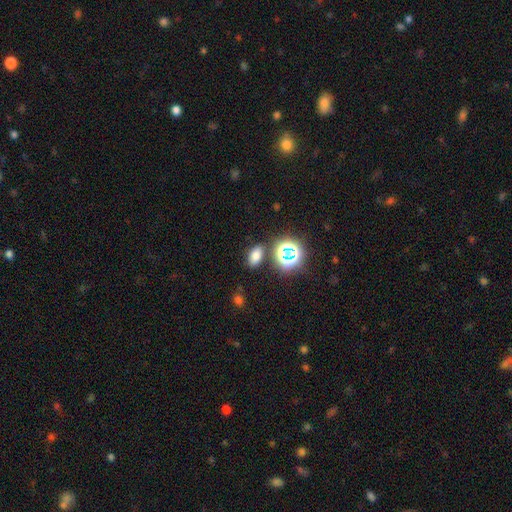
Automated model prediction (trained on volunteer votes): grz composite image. It shows a smooth galaxy with no disk features (69%) that is in between round and cigar-shaped (85%). Merging: none (80%).